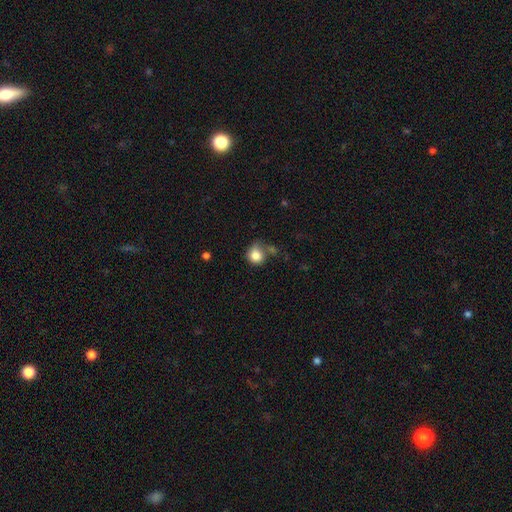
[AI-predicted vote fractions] Smooth or featured: smooth — 82% (star or artifact — 9%)
How rounded: round — 80% (in between — 19%)
Merging: none — 47% (minor disturbance — 25%)